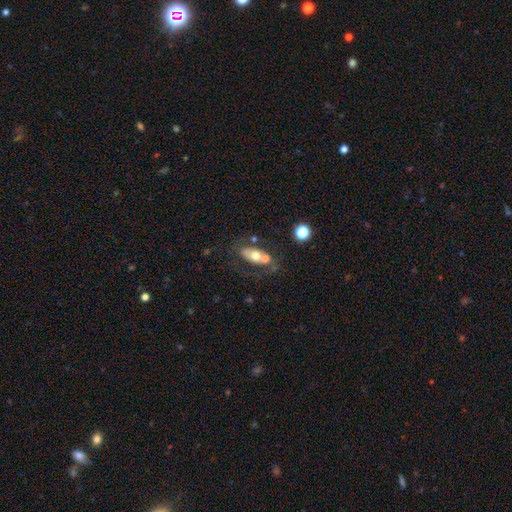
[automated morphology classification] Smooth or featured: smooth — 54% (featured or disk — 37%)
How rounded: in between — 82% (round — 11%)
Merging: none — 41% (merger — 33%)